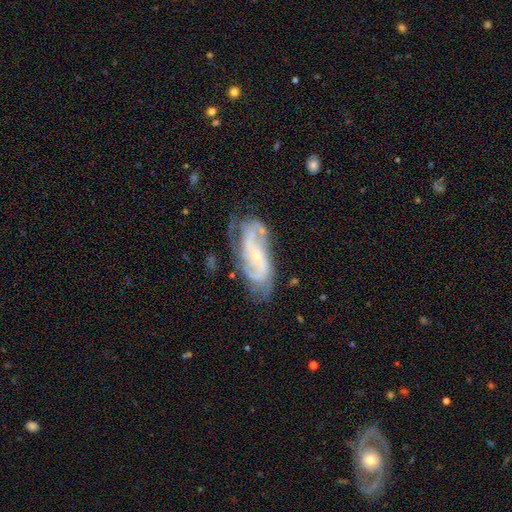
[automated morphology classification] Smooth or featured? Predicted: featured or disk (p=0.82). Edge-on disk? Predicted: no (p=0.93). Bar? Predicted: no (p=0.59). Spiral arms? Predicted: yes (p=0.93). Spiral winding? Predicted: tight (p=0.46). Spiral arm count? Predicted: 2 (p=0.37). Bulge size? Predicted: small (p=0.74). Merging? Predicted: none (p=0.62).